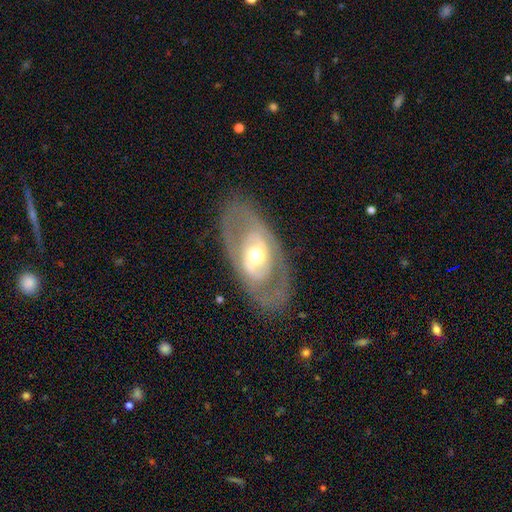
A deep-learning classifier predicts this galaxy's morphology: This is likely a featured or disk galaxy (73%). It is clearly not viewed edge-on (89%). Bar: possibly no (54%). Spiral arm pattern: likely no (66%). Central bulge: likely moderate (66%). Merging: likely none (79%).